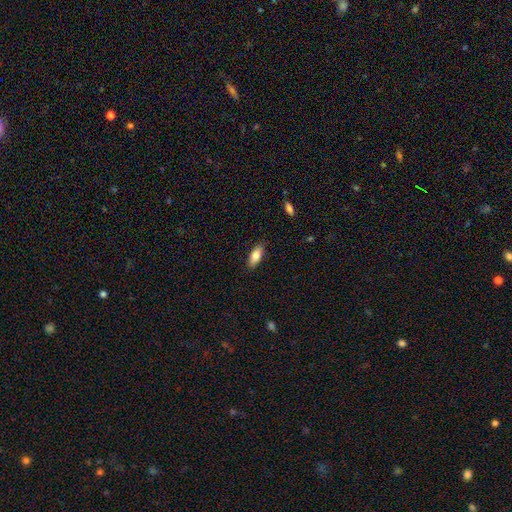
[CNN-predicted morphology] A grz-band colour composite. It shows a smooth galaxy with no disk features (81%) that is in between round and cigar-shaped (80%). Merging: none (85%).